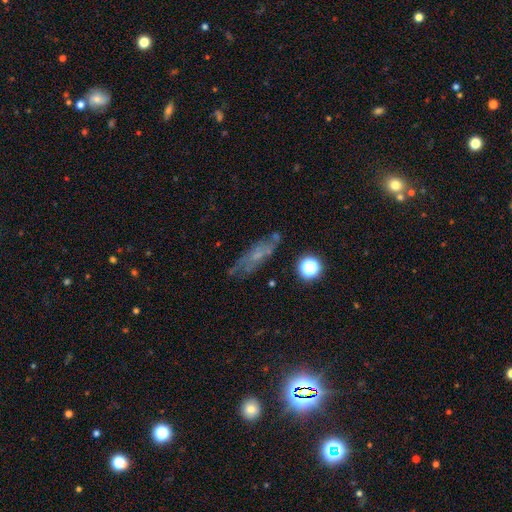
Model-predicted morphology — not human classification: This appears to be a featured or disk galaxy (42%). Merging: none (63%).